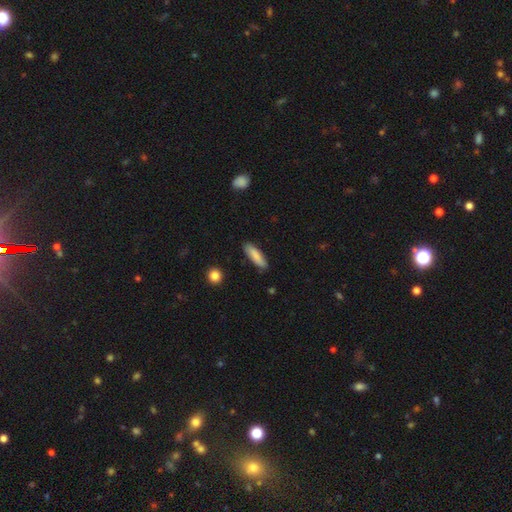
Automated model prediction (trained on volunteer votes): A smooth galaxy with no disk features (84%) that is cigar-shaped (63%).

Vote fractions:
- Smooth or featured? smooth: 84% / featured or disk: 10% / star or artifact: 6%
- How rounded? cigar-shaped: 63% / in between: 35% / round: 2%
- Merging? none: 85% / minor disturbance: 11% / major disturbance: 2% / merger: 1%